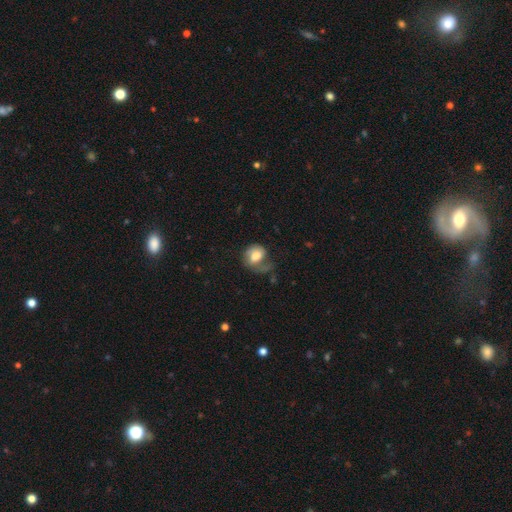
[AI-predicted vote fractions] smooth 57%, featured or disk 35%, star or artifact 8%. Down the decision tree: how rounded — in between (50%); merging — none (36%).